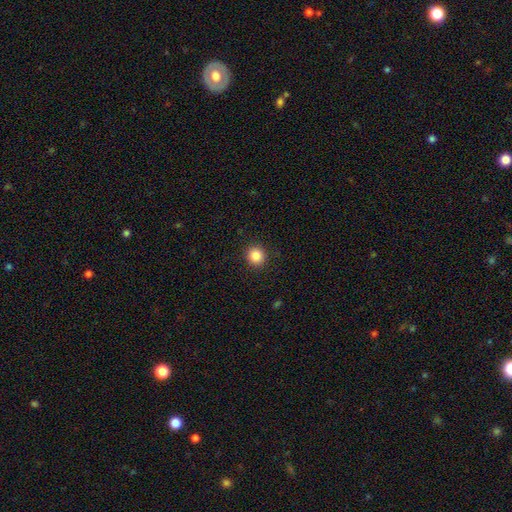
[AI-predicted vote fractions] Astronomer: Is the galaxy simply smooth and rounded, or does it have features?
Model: smooth — 86%.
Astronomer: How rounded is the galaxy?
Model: round — 91%.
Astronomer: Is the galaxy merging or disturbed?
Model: none — 92%.